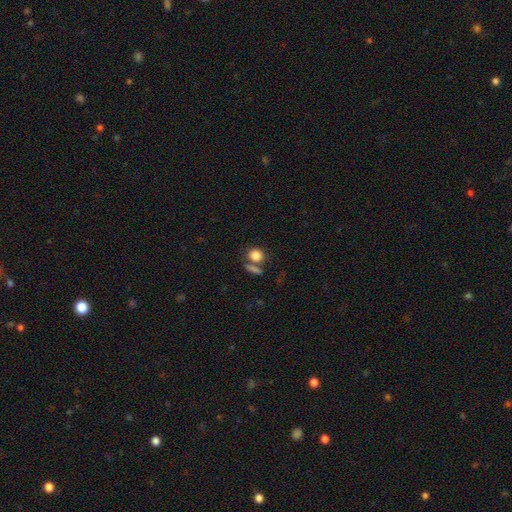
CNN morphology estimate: Smooth or featured? smooth (83%)
How rounded? round (70%)
Merging? none (59%)